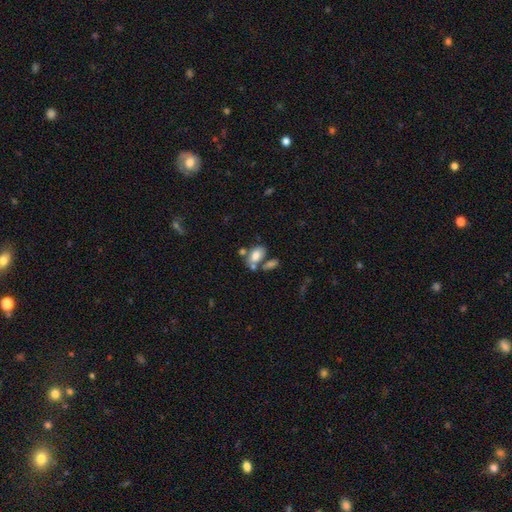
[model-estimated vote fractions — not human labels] Smooth or featured?
  - smooth: 76% *
  - featured or disk: 15%
  - star or artifact: 9%
How rounded?
  - in between: 90% *
  - round: 8%
  - cigar-shaped: 2%
Merging?
  - none: 47% *
  - merger: 32%
  - minor disturbance: 15%
  - major disturbance: 7%